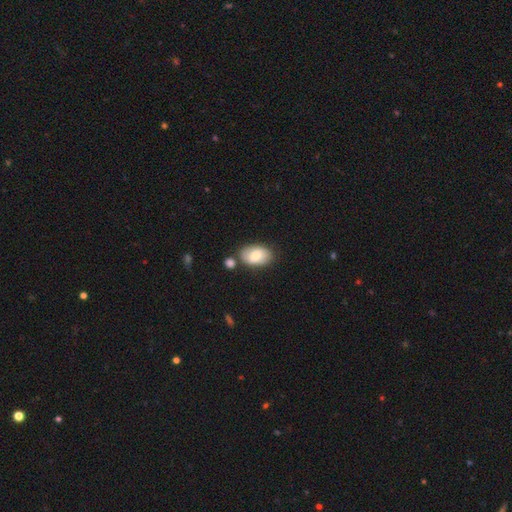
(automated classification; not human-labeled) This is likely a smooth galaxy (77%). How rounded: clearly in between (91%). Merging: likely none (70%).